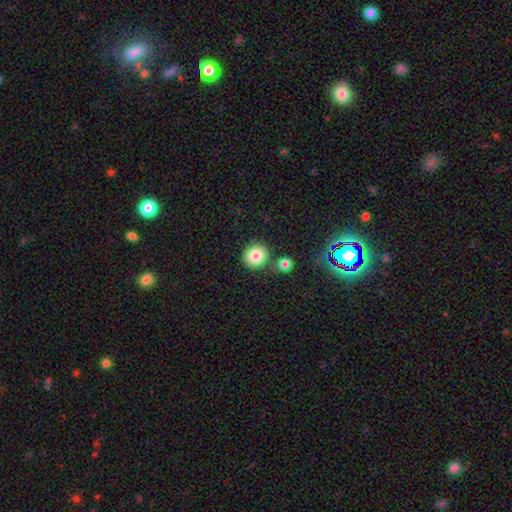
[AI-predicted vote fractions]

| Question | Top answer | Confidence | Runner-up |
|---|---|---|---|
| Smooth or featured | smooth | 83% | star or artifact (9%) |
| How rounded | round | 88% | in between (11%) |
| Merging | none | 74% | merger (13%) |